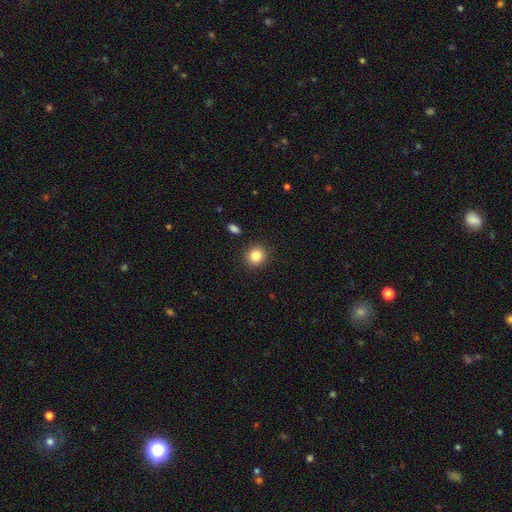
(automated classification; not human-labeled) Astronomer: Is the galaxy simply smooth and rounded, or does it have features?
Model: smooth — 85%.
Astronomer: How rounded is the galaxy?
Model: round — 88%.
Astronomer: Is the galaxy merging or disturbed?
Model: none — 91%.